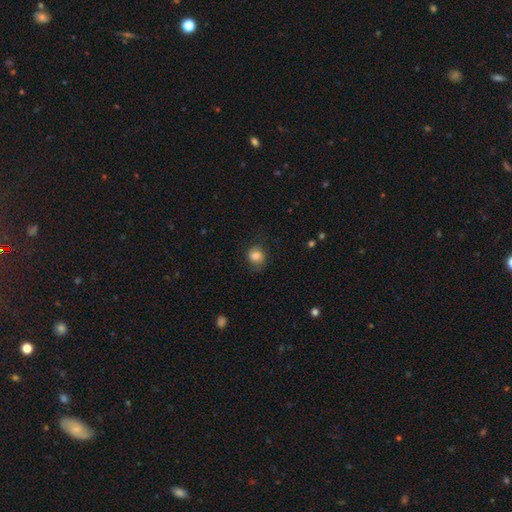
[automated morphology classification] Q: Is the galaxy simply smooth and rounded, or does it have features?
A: smooth — 82%.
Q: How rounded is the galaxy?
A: round — 74%.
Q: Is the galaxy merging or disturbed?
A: none — 71%.